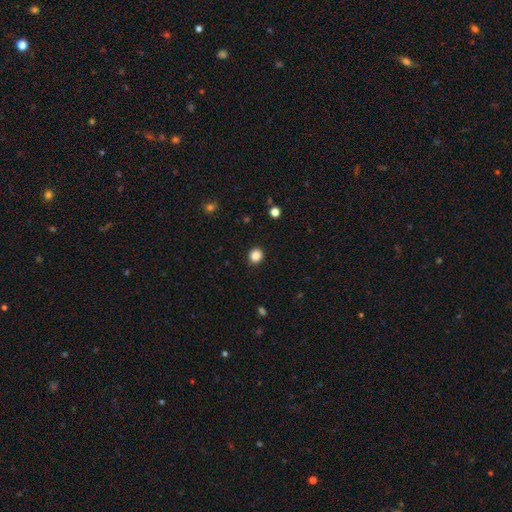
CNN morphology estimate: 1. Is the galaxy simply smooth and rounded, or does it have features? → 86% smooth, 11% star or artifact, 3% featured or disk.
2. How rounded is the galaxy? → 84% round, 15% in between, 1% cigar-shaped.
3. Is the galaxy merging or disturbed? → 90% none, 7% minor disturbance, 2% major disturbance, 1% merger.